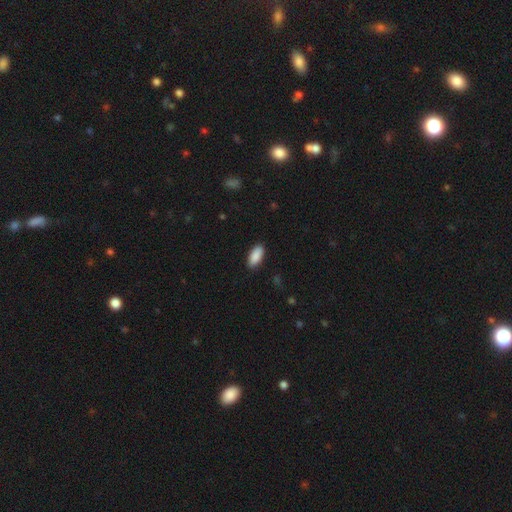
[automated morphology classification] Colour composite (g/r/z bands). It shows a smooth galaxy with no disk features (90%) that is in between round and cigar-shaped (90%). Merging: none (89%).